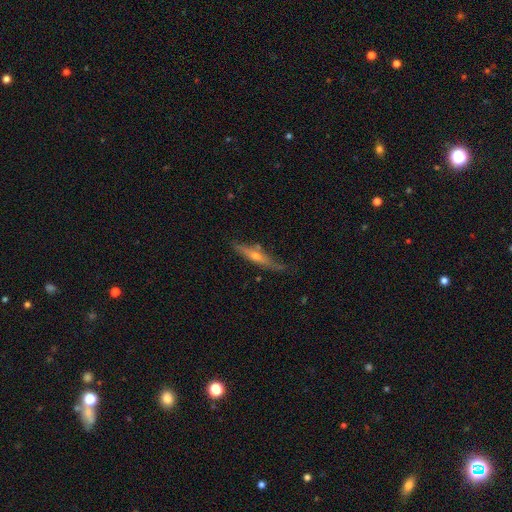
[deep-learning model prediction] A featured or disk galaxy (64%) viewed edge-on (90%) with a rounded central bulge (86%). Merging: none (72%).